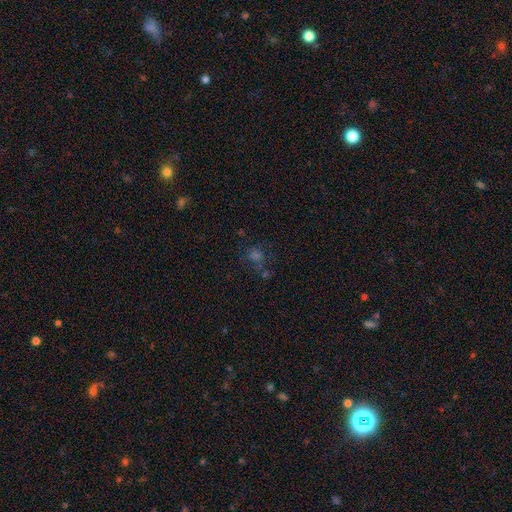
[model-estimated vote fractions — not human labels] Smooth or featured: smooth — 43% (star or artifact — 40%)
Merging: none — 60% (minor disturbance — 15%)